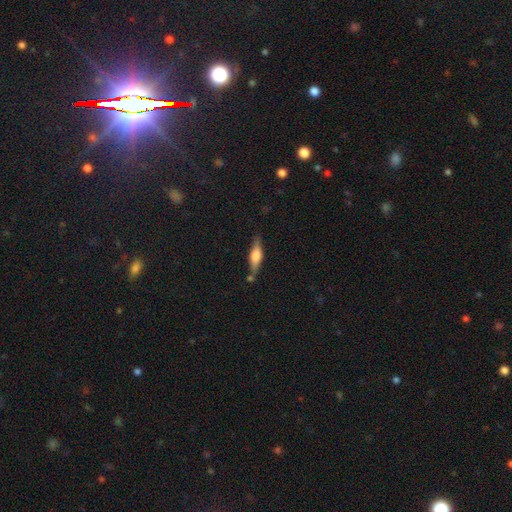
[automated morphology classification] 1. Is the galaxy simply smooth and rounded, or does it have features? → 55% featured or disk, 38% smooth, 7% star or artifact.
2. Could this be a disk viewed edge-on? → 95% yes, 5% no.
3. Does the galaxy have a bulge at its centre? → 77% rounded, 20% boxy, 3% none.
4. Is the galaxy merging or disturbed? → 76% none, 14% minor disturbance, 6% merger, 3% major disturbance.